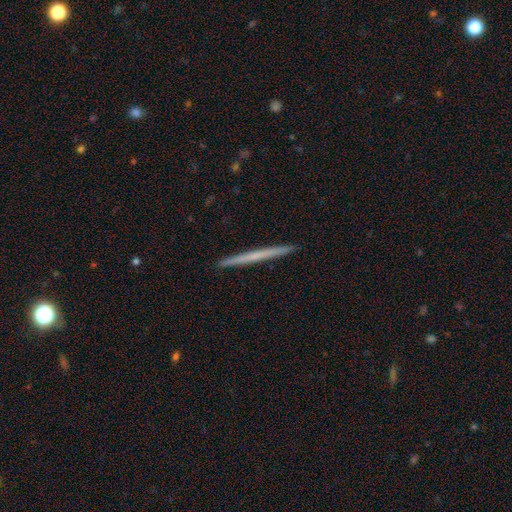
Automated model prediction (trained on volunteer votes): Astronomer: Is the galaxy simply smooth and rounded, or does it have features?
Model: featured or disk — 48% (runner-up: smooth, 46%).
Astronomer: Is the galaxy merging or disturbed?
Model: none — 94%.